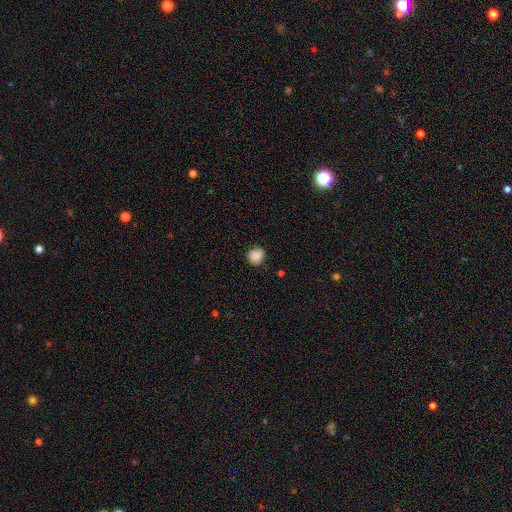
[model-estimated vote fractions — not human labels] This appears to be a smooth galaxy with no disk features (86%) that is round (88%). Merging: none (81%).